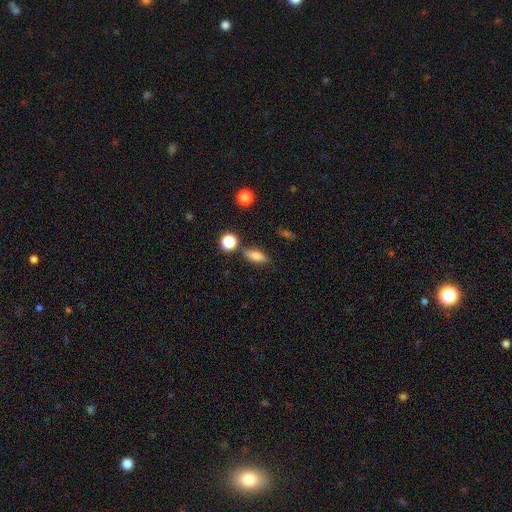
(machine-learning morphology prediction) A smooth galaxy with no disk features (79%) that is in between round and cigar-shaped (73%). Merging: none (79%).